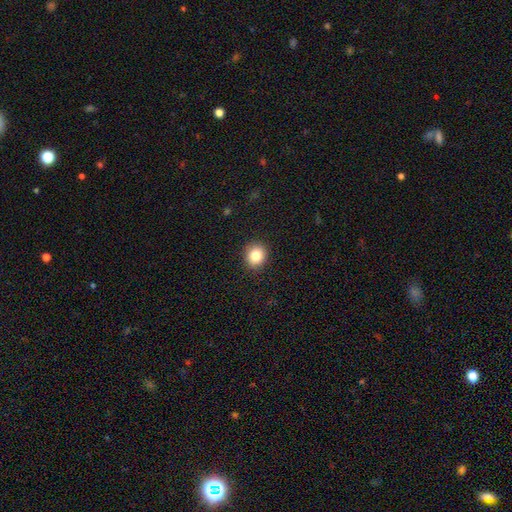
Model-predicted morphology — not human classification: smooth 84%, star or artifact 10%, featured or disk 6%. Down the decision tree: how rounded — round (79%); merging — none (91%).